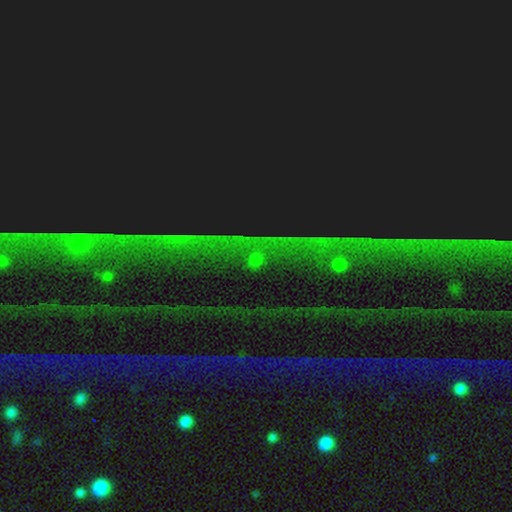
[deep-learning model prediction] Smooth or featured: star or artifact — 80% (featured or disk — 10%)